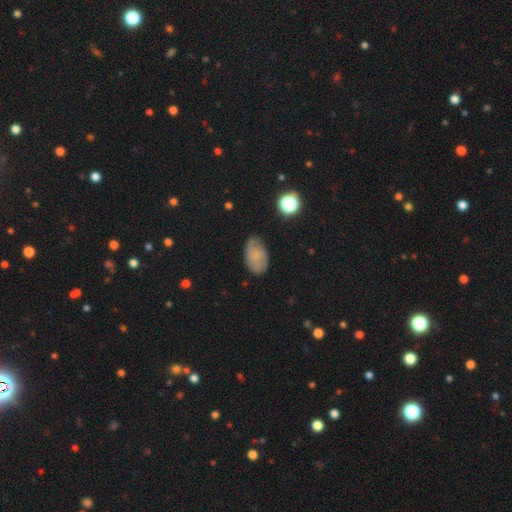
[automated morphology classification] Smooth or featured? Predicted: smooth (p=0.69). How rounded? Predicted: in between (p=0.91). Merging? Predicted: none (p=0.72).